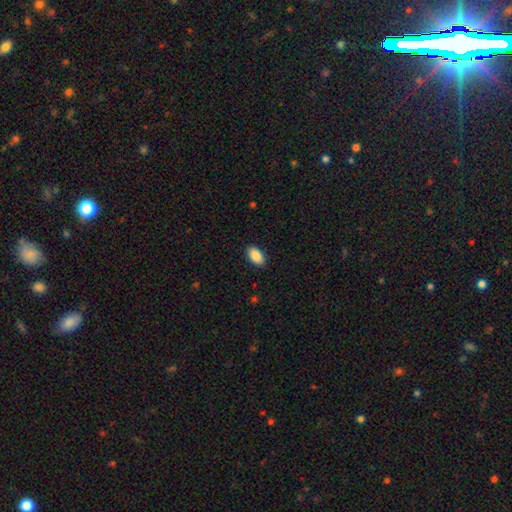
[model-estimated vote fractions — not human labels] A smooth galaxy with no disk features (90%) that is in between round and cigar-shaped (94%).

Vote fractions:
- Smooth or featured? smooth: 90% / star or artifact: 7% / featured or disk: 4%
- How rounded? in between: 94% / round: 4% / cigar-shaped: 2%
- Merging? none: 90% / minor disturbance: 8% / major disturbance: 2% / merger: 1%